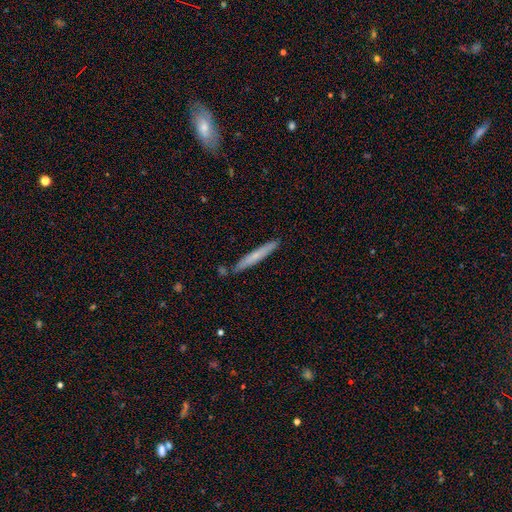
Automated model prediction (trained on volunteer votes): A smooth galaxy with no disk features (60%) that is cigar-shaped (95%).

Vote fractions:
- Smooth or featured? smooth: 60% / featured or disk: 34% / star or artifact: 6%
- How rounded? cigar-shaped: 95% / in between: 3% / round: 1%
- Merging? none: 84% / minor disturbance: 11% / merger: 4% / major disturbance: 2%